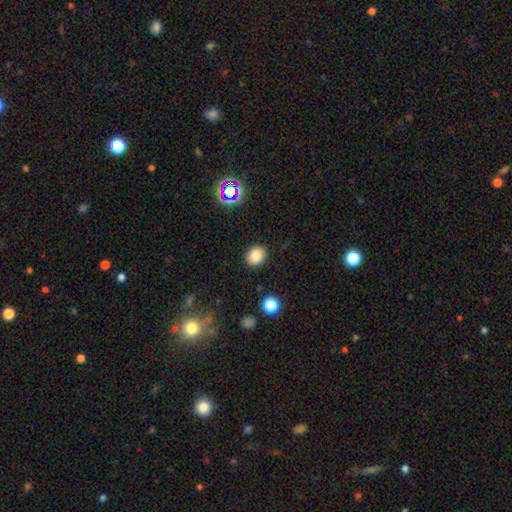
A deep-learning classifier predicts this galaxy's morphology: Smooth or featured? Predicted: smooth (p=0.84). How rounded? Predicted: round (p=0.67). Merging? Predicted: none (p=0.88).